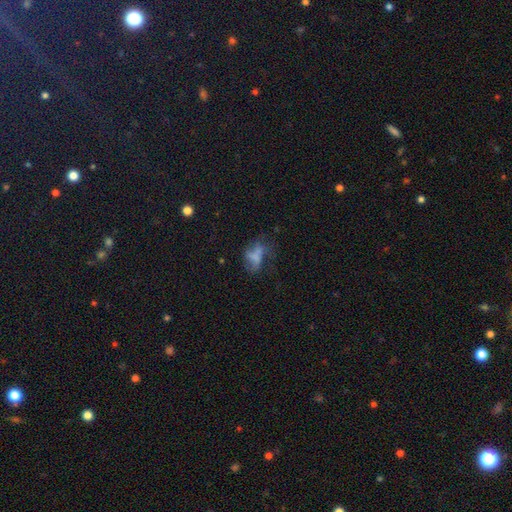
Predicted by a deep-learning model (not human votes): Smooth or featured: smooth — 51% (featured or disk — 34%)
How rounded: in between — 82% (round — 13%)
Merging: major disturbance — 39% (none — 31%)